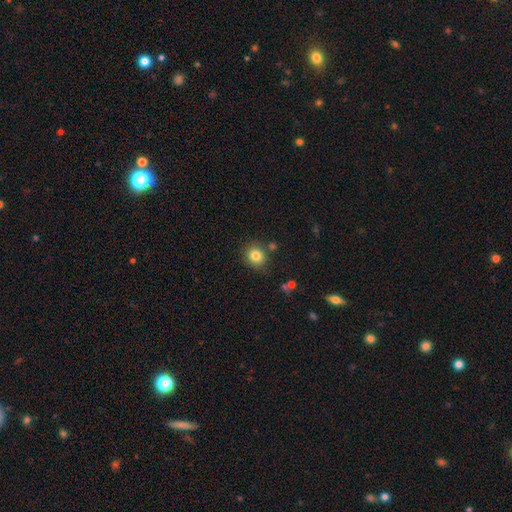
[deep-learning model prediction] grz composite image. It shows a smooth galaxy with no disk features (83%) that is round (80%). Merging: none (79%).